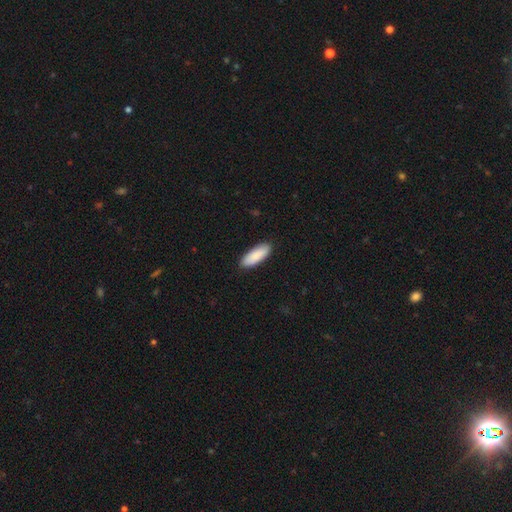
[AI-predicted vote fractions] This is clearly a smooth galaxy (88%). How rounded: likely in between (69%). Merging: clearly none (90%).